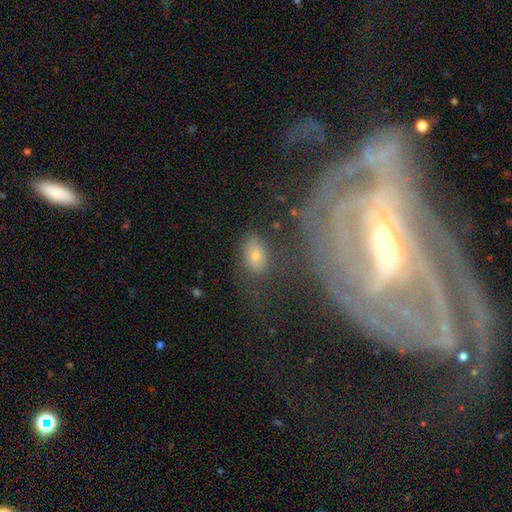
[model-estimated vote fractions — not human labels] smooth_or_featured: smooth (p=0.65) [alt: featured or disk p=0.24]
how_rounded: in between (p=0.85) [alt: round p=0.13]
merging: none (p=0.73) [alt: minor disturbance p=0.15]